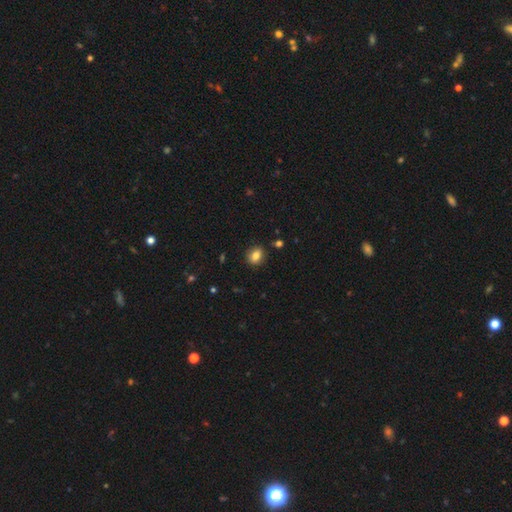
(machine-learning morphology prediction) A smooth galaxy with no disk features (83%) that is in between round and cigar-shaped (56%).

Vote fractions:
- Smooth or featured? smooth: 83% / star or artifact: 10% / featured or disk: 7%
- How rounded? in between: 56% / round: 42% / cigar-shaped: 1%
- Merging? none: 87% / minor disturbance: 9% / major disturbance: 2% / merger: 2%